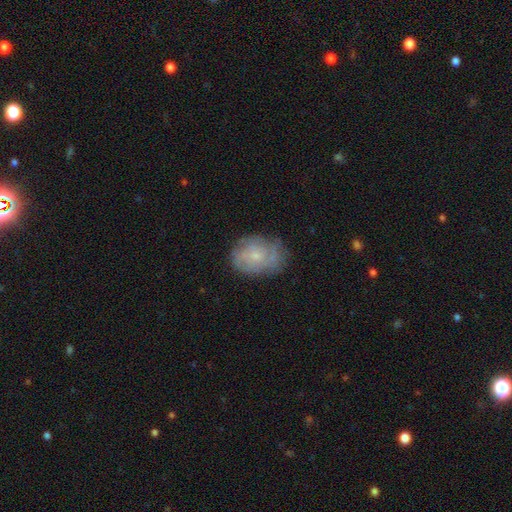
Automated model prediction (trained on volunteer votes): Smooth or featured: featured or disk — 52% (smooth — 40%)
Edge-on disk: no — 97% (yes — 3%)
Bar: no — 79% (weak — 19%)
Spiral arms: yes — 74% (no — 26%)
Bulge size: small — 66% (moderate — 25%)
Merging: none — 68% (minor disturbance — 22%)